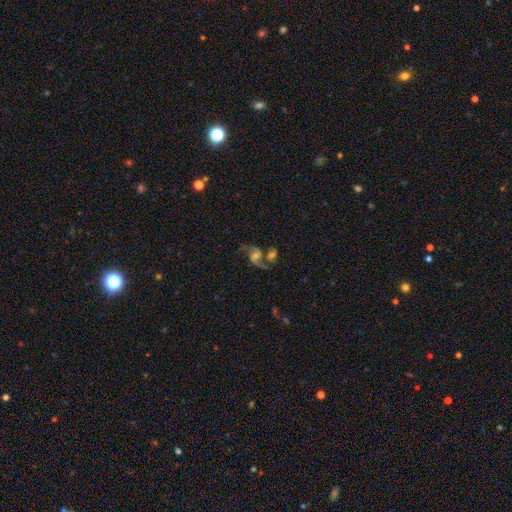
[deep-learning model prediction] Morphology: type=featured or disk (80%); edge-on=no (98%); bar=no (60%); spiral arms=yes (95%); winding=loose (60%); arm count=2 (88%); bulge=moderate (52%); merging=none (40%).